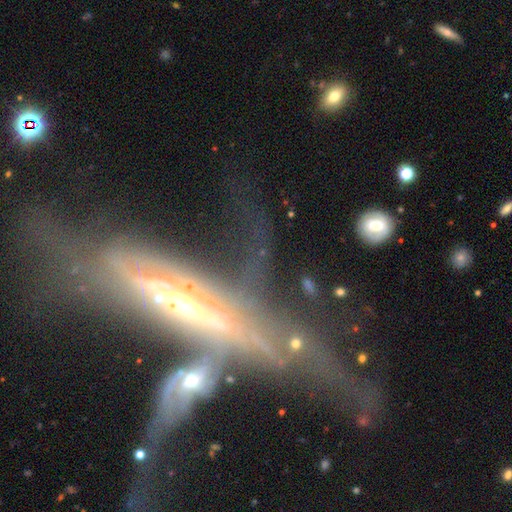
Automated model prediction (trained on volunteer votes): A featured or disk galaxy (72%) viewed edge-on (61%).

Vote fractions:
- Smooth or featured? featured or disk: 72% / smooth: 15% / star or artifact: 12%
- Edge-on disk? yes: 61% / no: 39%
- Merging? merger: 34% / major disturbance: 27% / none: 26% / minor disturbance: 13%